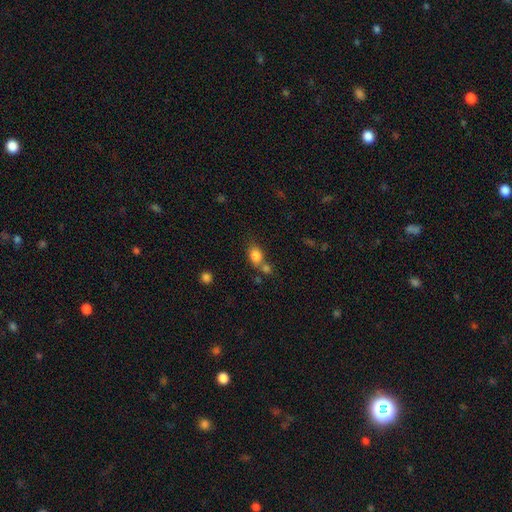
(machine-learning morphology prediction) Smooth or featured?
  - smooth: 82% *
  - star or artifact: 10%
  - featured or disk: 8%
How rounded?
  - in between: 69% *
  - round: 29%
  - cigar-shaped: 2%
Merging?
  - none: 45% *
  - merger: 36%
  - minor disturbance: 14%
  - major disturbance: 5%